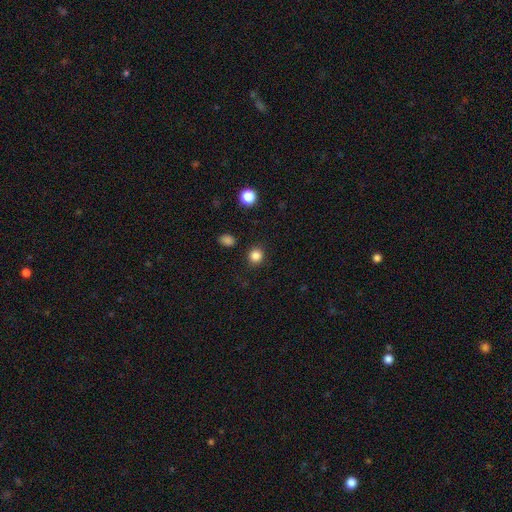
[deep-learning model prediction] Q: Smooth or featured?
A: smooth (84%); runner-up: star or artifact (12%)
Q: How rounded?
A: round (89%); runner-up: in between (10%)
Q: Merging?
A: none (89%); runner-up: minor disturbance (7%)